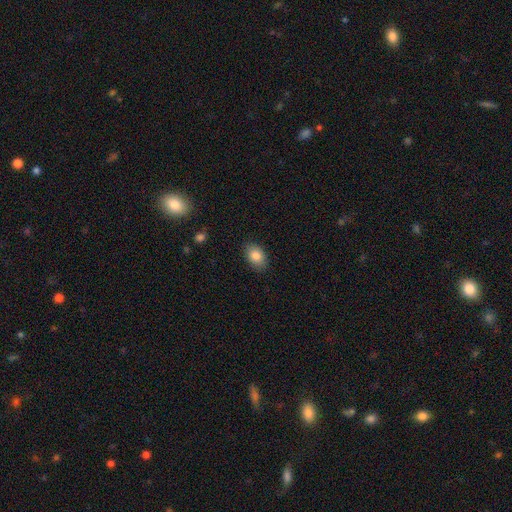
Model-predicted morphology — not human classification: smooth_or_featured: smooth (p=0.85) [alt: star or artifact p=0.08]
how_rounded: in between (p=0.83) [alt: round p=0.16]
merging: none (p=0.86) [alt: minor disturbance p=0.10]